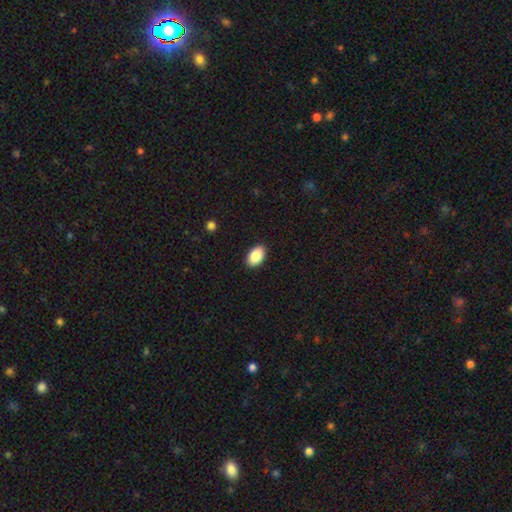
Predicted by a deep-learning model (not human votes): Morphology: type=smooth (88%); roundness=in between (92%); merging=none (90%).